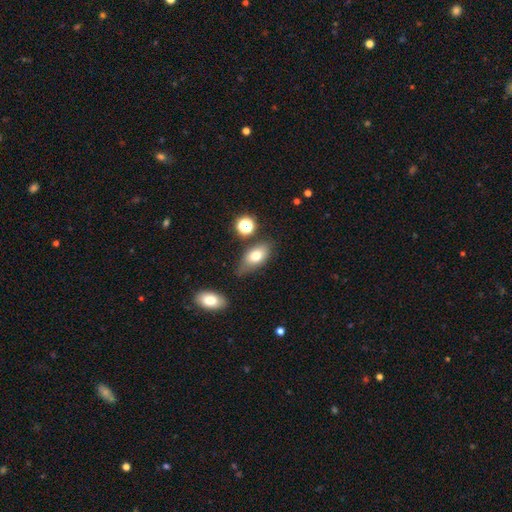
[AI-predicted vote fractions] Smooth or featured?
  - smooth: 73% *
  - featured or disk: 16%
  - star or artifact: 11%
How rounded?
  - in between: 85% *
  - round: 10%
  - cigar-shaped: 5%
Merging?
  - none: 61% *
  - minor disturbance: 24%
  - merger: 8%
  - major disturbance: 7%